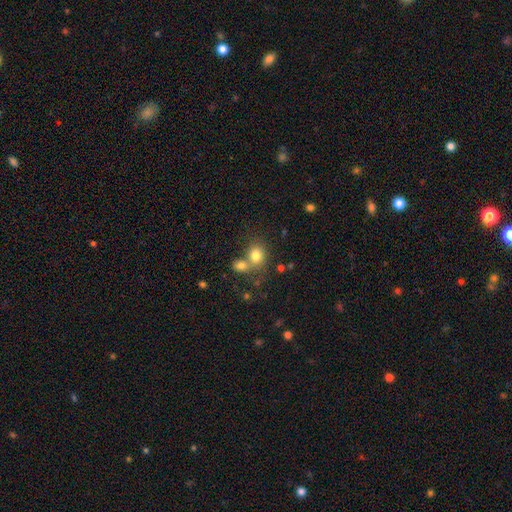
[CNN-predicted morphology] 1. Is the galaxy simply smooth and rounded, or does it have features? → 78% smooth, 12% star or artifact, 9% featured or disk.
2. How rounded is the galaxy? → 68% round, 31% in between, 1% cigar-shaped.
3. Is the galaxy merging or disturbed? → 45% none, 43% merger, 9% minor disturbance, 4% major disturbance.